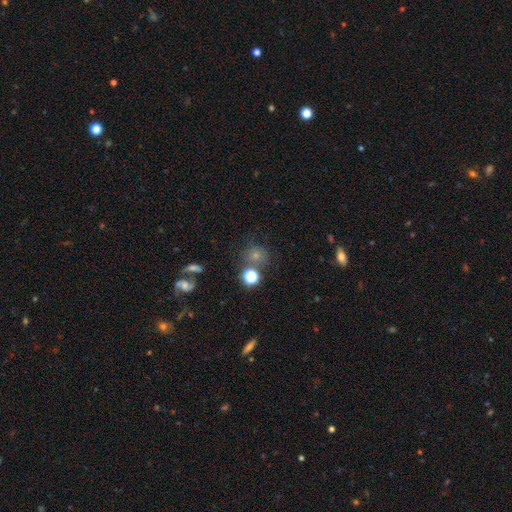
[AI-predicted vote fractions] This is likely a smooth galaxy (65%). How rounded: clearly round (85%). Merging: likely none (65%).